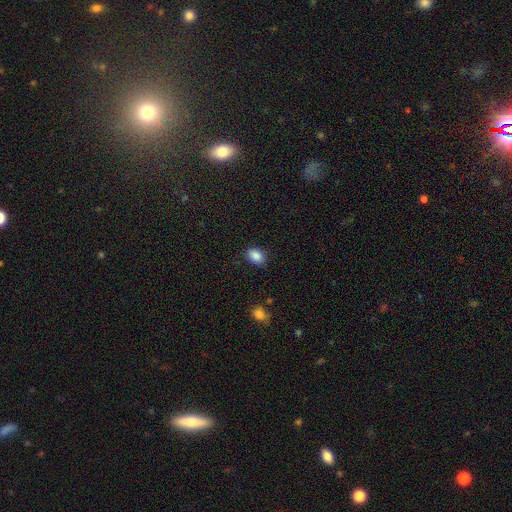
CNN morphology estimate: Smooth or featured?
  - smooth: 87% *
  - star or artifact: 9%
  - featured or disk: 4%
How rounded?
  - in between: 77% *
  - round: 22%
  - cigar-shaped: 1%
Merging?
  - none: 81% *
  - minor disturbance: 15%
  - major disturbance: 3%
  - merger: 1%